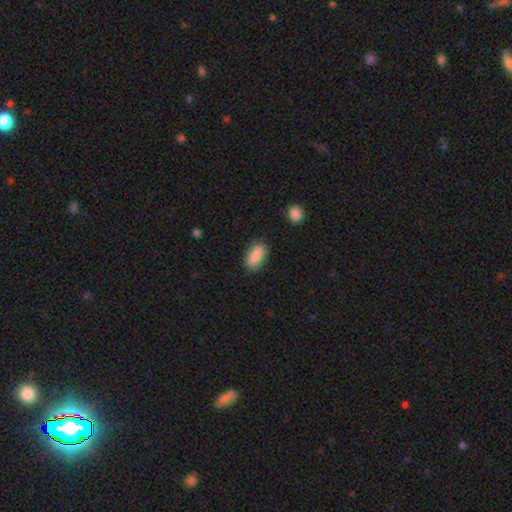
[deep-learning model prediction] Overall: smooth (86%). How rounded: in between (84%). Merging: none (84%).